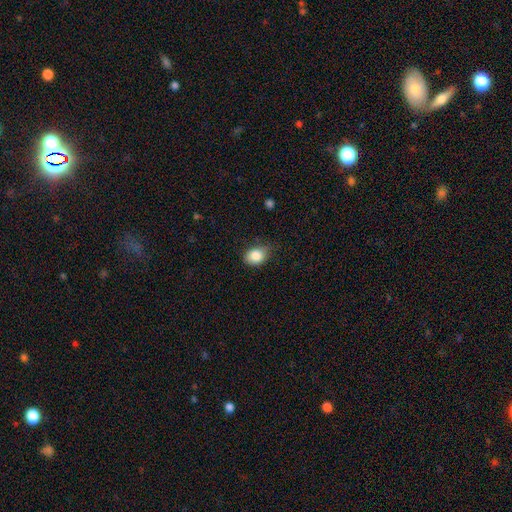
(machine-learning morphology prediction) Q: Smooth or featured?
A: smooth (85%); runner-up: star or artifact (9%)
Q: How rounded?
A: in between (57%); runner-up: round (42%)
Q: Merging?
A: none (65%); runner-up: minor disturbance (29%)